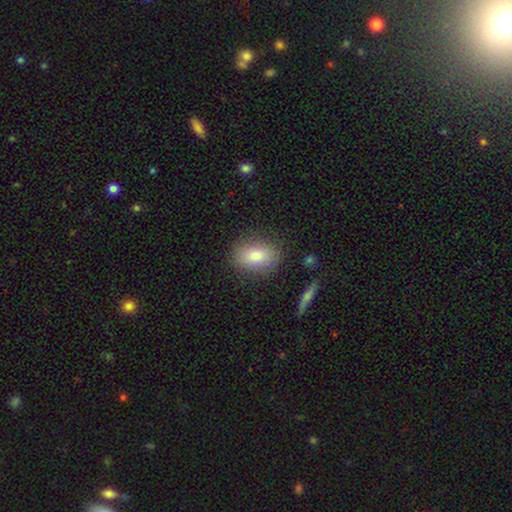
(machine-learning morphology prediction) This is likely a smooth galaxy (80%). How rounded: likely in between (73%). Merging: clearly none (84%).